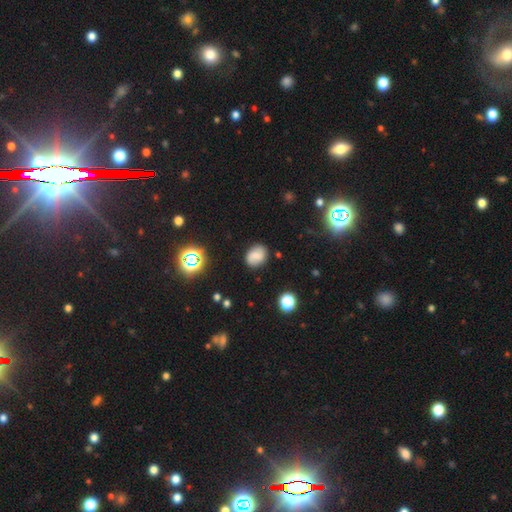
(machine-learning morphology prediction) type=smooth (61%); roundness=in between (54%); merging=none (81%).